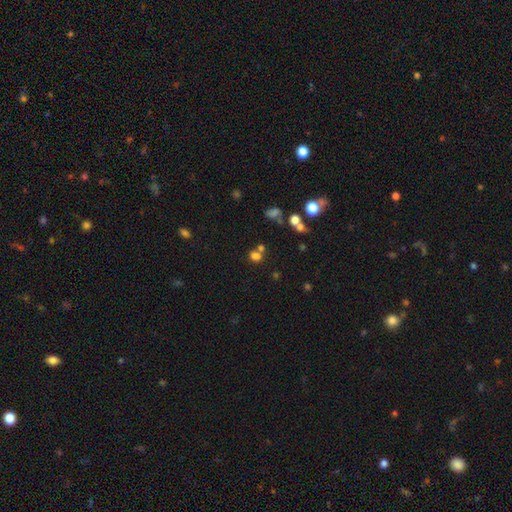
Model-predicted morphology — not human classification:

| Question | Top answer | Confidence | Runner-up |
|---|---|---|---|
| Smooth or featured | smooth | 66% | star or artifact (25%) |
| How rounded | round | 68% | in between (31%) |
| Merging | none | 51% | merger (34%) |